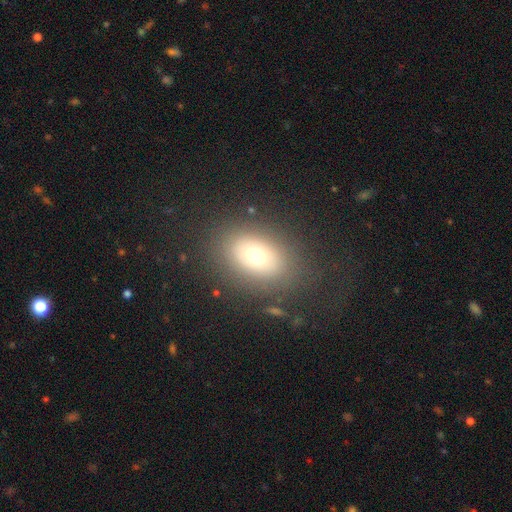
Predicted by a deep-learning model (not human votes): Overall: smooth (66%). How rounded: in between (70%). Merging: none (80%).